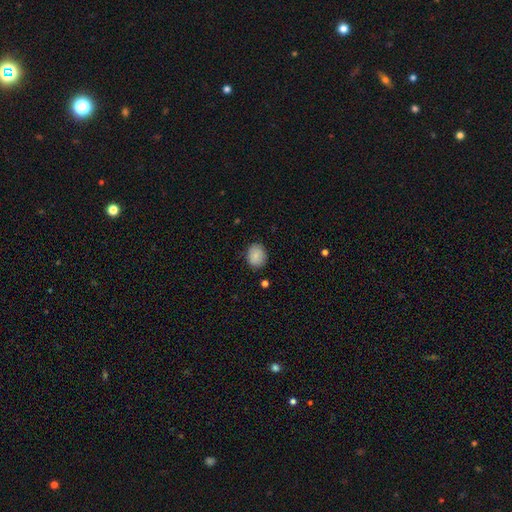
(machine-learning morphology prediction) Smooth or featured? smooth (84%)
How rounded? round (52%)
Merging? none (83%)